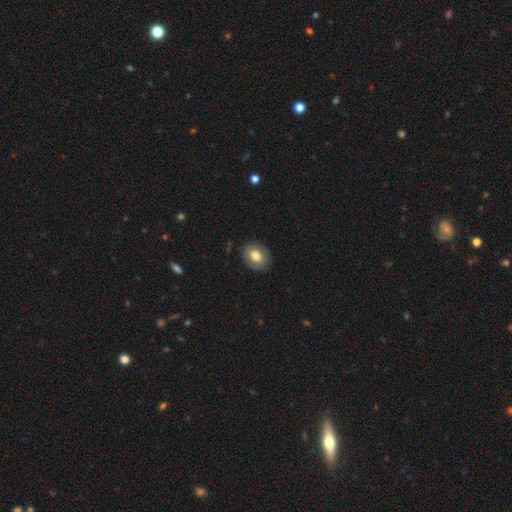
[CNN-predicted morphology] Smooth or featured: smooth — 76% (featured or disk — 16%)
How rounded: in between — 60% (round — 39%)
Merging: none — 85% (minor disturbance — 11%)